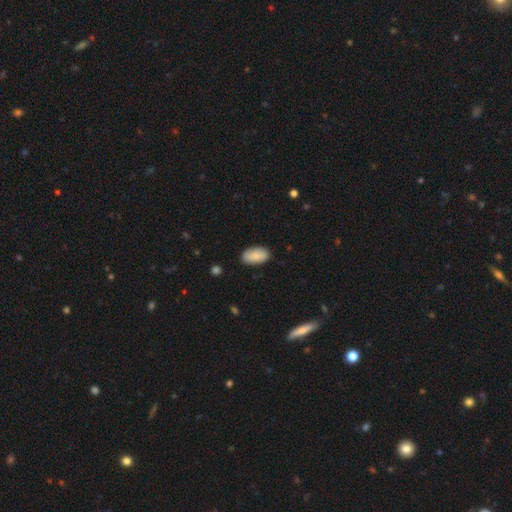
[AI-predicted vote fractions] Morphology: type=smooth (88%); roundness=in between (95%); merging=none (86%).